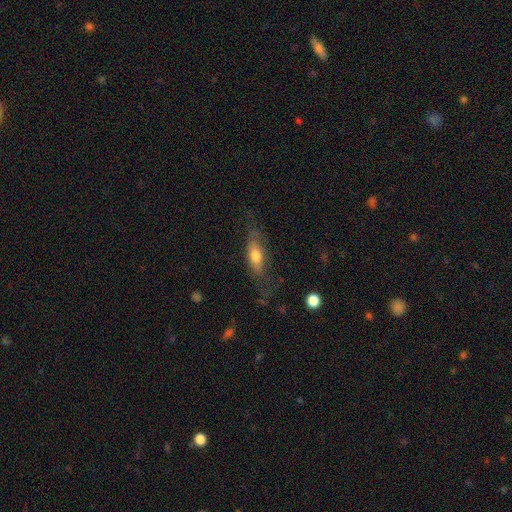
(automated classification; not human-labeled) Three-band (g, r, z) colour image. It shows a smooth galaxy with no disk features (63%) that is in between round and cigar-shaped (59%). Merging: none (61%).